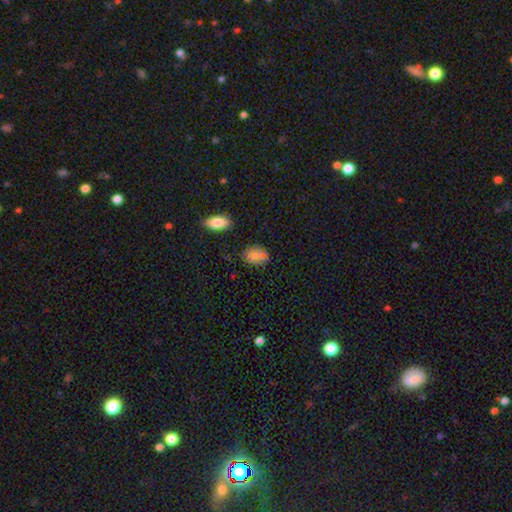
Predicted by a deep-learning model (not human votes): Smooth or featured? Predicted: smooth (p=0.78). How rounded? Predicted: in between (p=0.69). Merging? Predicted: none (p=0.58).